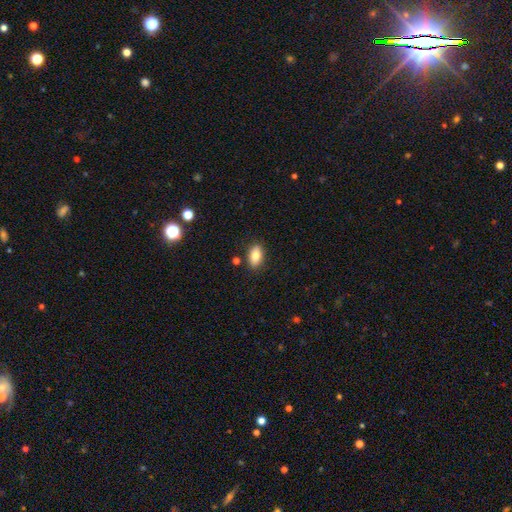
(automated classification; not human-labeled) Smooth or featured? smooth (81%)
How rounded? in between (90%)
Merging? none (85%)